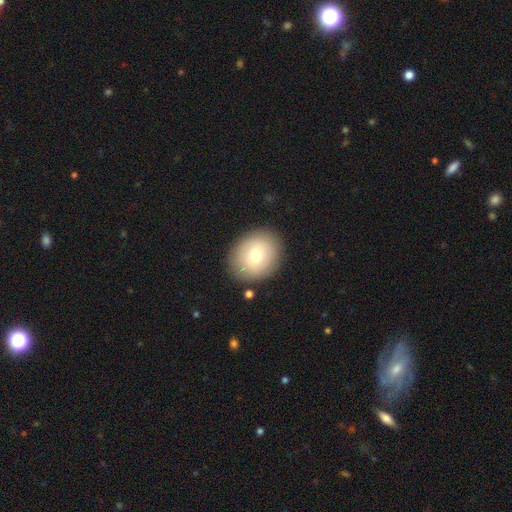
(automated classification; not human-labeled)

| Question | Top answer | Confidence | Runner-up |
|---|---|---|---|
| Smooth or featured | smooth | 70% | featured or disk (21%) |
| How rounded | round | 59% | in between (40%) |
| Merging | none | 85% | minor disturbance (10%) |